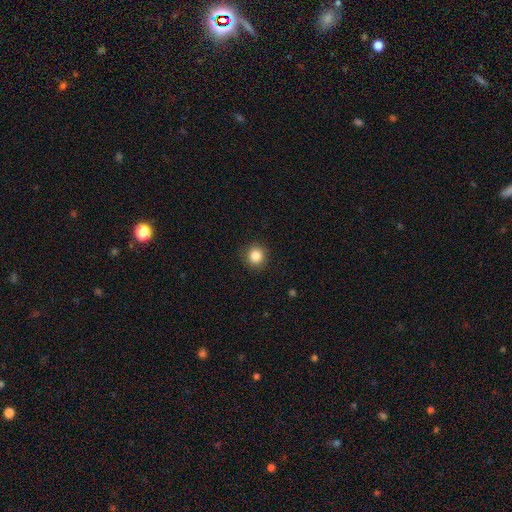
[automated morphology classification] smooth-or-featured: smooth: 85% | star or artifact: 10% | featured or disk: 5%
  how-rounded: round: 93% | in between: 6% | cigar-shaped: 1%
  merging: none: 91% | minor disturbance: 6% | major disturbance: 2% | merger: 1%